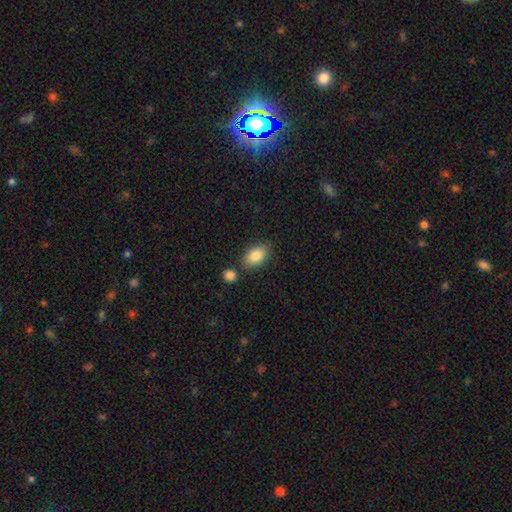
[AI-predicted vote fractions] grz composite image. It shows a smooth galaxy with no disk features (84%) that is in between round and cigar-shaped (89%). Merging: none (77%).